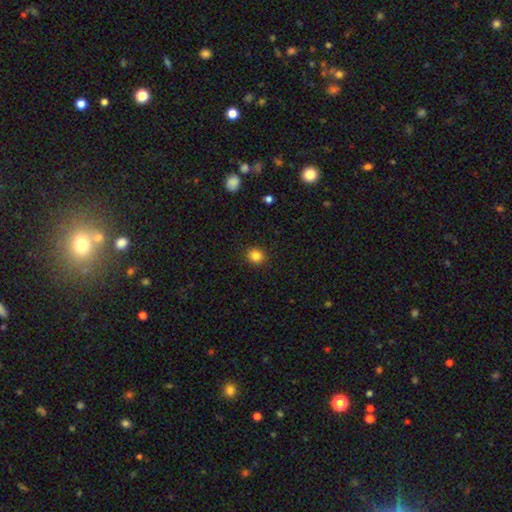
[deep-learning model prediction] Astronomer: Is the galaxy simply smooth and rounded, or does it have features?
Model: smooth — 84%.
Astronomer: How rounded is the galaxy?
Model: round — 88%.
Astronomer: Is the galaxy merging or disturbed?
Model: none — 92%.